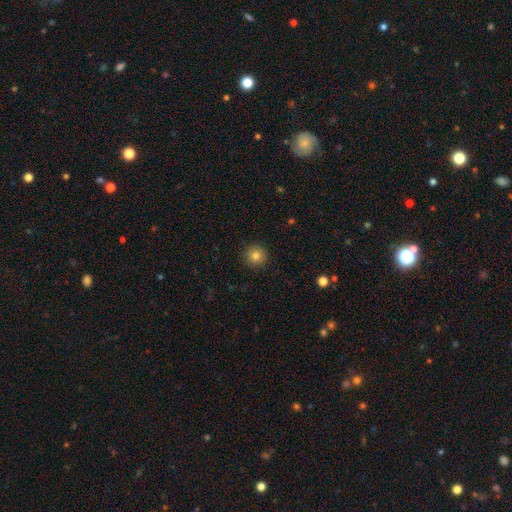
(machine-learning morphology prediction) type=smooth (83%); roundness=round (95%); merging=none (91%).